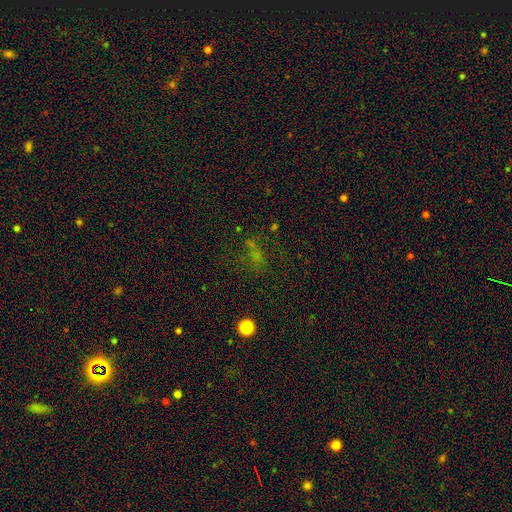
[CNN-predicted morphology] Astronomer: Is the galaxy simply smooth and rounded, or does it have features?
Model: star or artifact — 43% (runner-up: smooth, 39%).